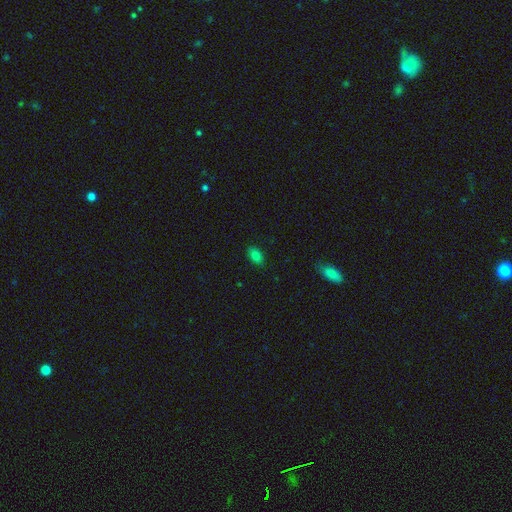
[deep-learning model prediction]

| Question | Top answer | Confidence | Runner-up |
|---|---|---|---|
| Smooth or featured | smooth | 81% | star or artifact (12%) |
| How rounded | in between | 90% | round (7%) |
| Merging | none | 86% | minor disturbance (11%) |